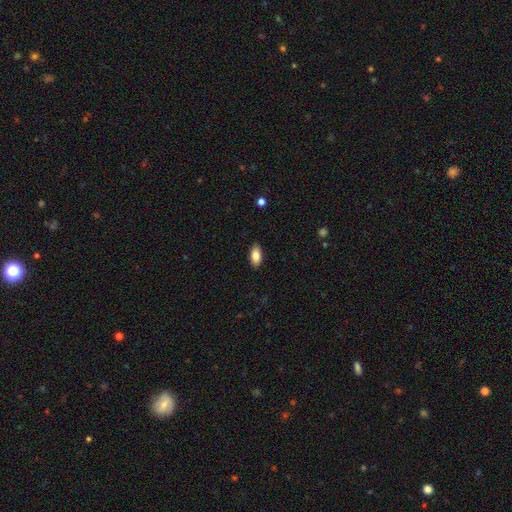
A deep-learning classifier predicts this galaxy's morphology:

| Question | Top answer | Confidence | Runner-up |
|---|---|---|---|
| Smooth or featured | smooth | 84% | featured or disk (10%) |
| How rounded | in between | 90% | cigar-shaped (7%) |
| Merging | none | 89% | minor disturbance (8%) |